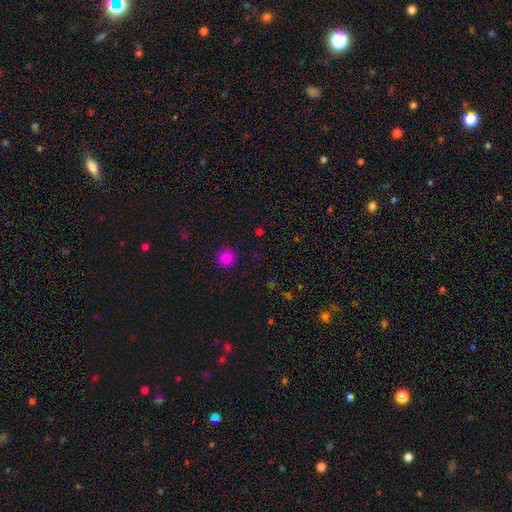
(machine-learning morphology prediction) A smooth galaxy with no disk features (75%) that is round (91%).

Vote fractions:
- Smooth or featured? smooth: 75% / star or artifact: 21% / featured or disk: 3%
- How rounded? round: 91% / in between: 8% / cigar-shaped: 1%
- Merging? none: 90% / minor disturbance: 6% / major disturbance: 2% / merger: 1%